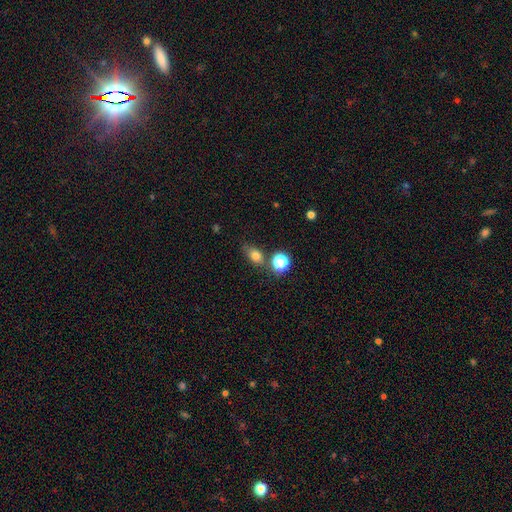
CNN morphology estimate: A smooth galaxy with no disk features (76%) that is in between round and cigar-shaped (68%). Merging: none (67%).